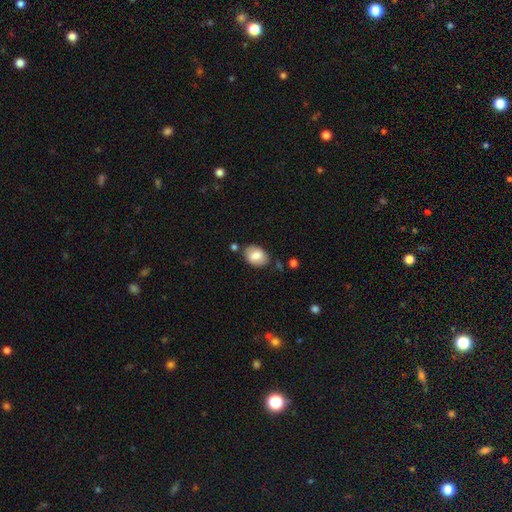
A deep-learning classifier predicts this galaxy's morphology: Q: Smooth or featured?
A: smooth (76%); runner-up: featured or disk (17%)
Q: How rounded?
A: in between (78%); runner-up: round (21%)
Q: Merging?
A: none (76%); runner-up: minor disturbance (16%)